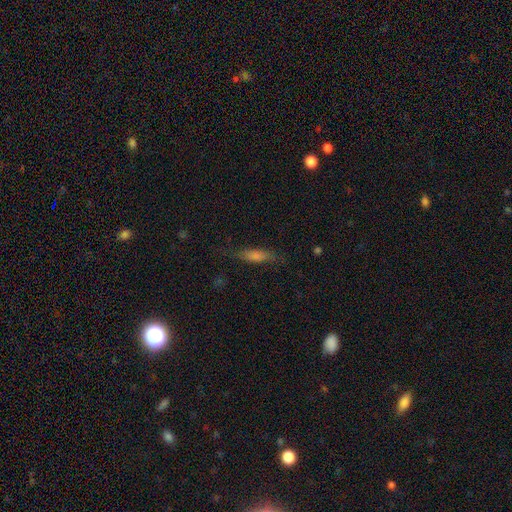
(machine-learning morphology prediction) This appears to be a smooth galaxy with no disk features (55%) that is cigar-shaped (68%). Merging: none (73%).